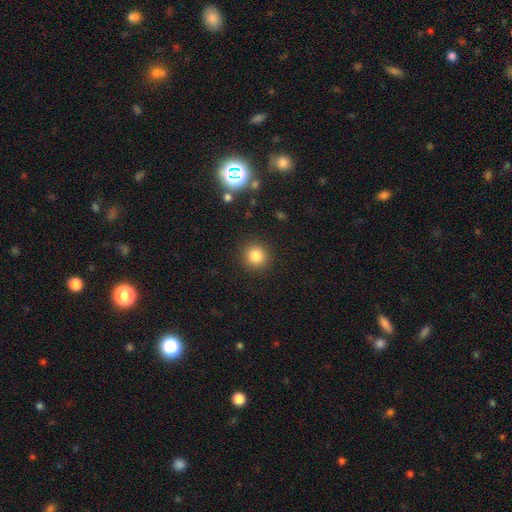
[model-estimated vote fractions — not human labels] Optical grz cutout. It shows a smooth galaxy with no disk features (83%) that is round (93%). Merging: none (90%).